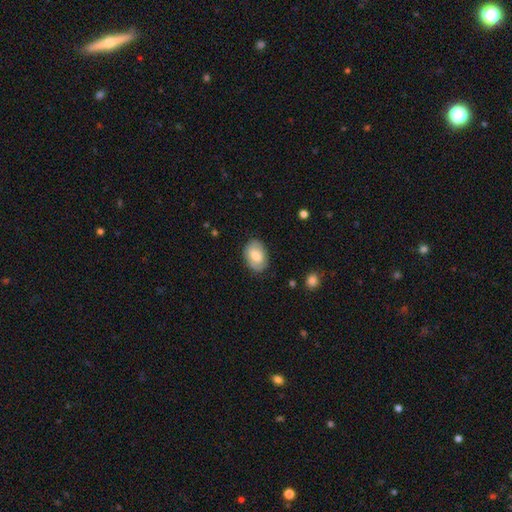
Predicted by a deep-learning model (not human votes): The model was most divided on "smooth or featured": smooth: 61%, featured or disk: 32%, star or artifact: 7%. More confident: how rounded — in between (86%); merging — none (79%).